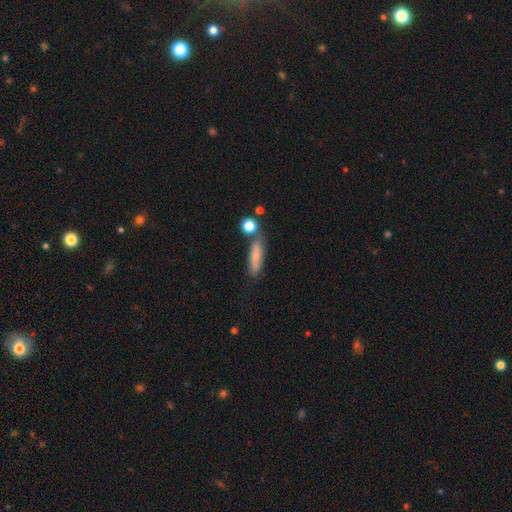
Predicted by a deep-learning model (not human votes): This is likely a smooth galaxy (72%). How rounded: likely cigar-shaped (64%). Merging: likely none (64%).